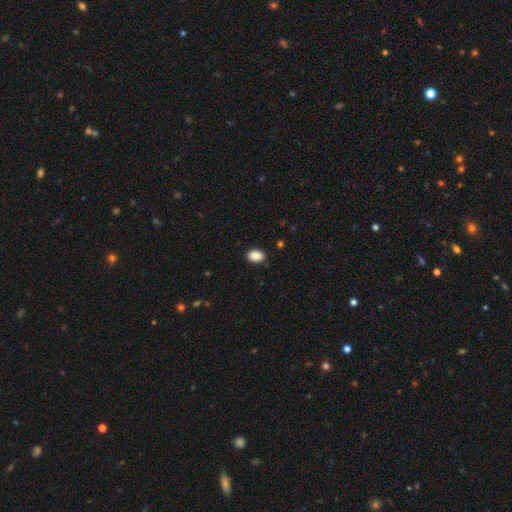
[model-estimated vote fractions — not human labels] smooth_or_featured: smooth (p=0.89) [alt: star or artifact p=0.08]
how_rounded: in between (p=0.82) [alt: round p=0.16]
merging: none (p=0.88) [alt: minor disturbance p=0.09]